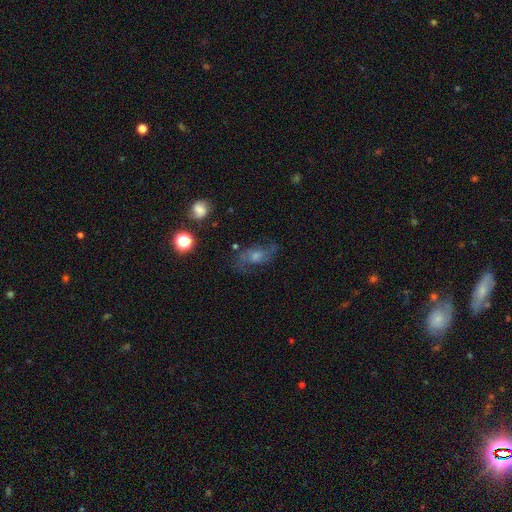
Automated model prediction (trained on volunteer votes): The model was most divided on "bulge size": moderate: 54%, small: 32%, large: 8%, none: 4%, dominant: 2%. More confident: edge-on disk — no (92%); spiral arms — yes (87%); merging — none (71%); bar — no (66%); smooth or featured — featured or disk (60%).